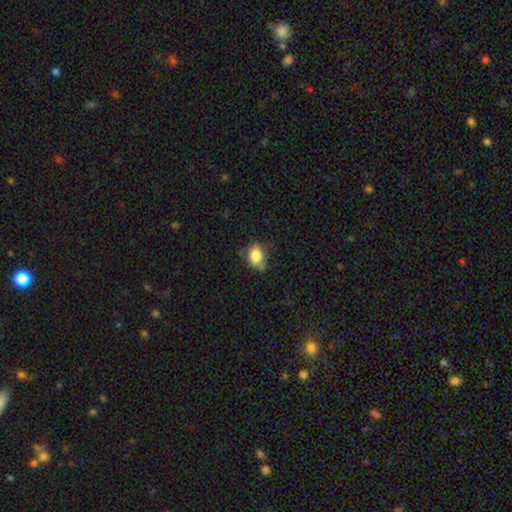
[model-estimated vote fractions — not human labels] Q: Smooth or featured?
A: smooth (82%); runner-up: star or artifact (9%)
Q: How rounded?
A: in between (62%); runner-up: round (37%)
Q: Merging?
A: none (54%); runner-up: minor disturbance (33%)